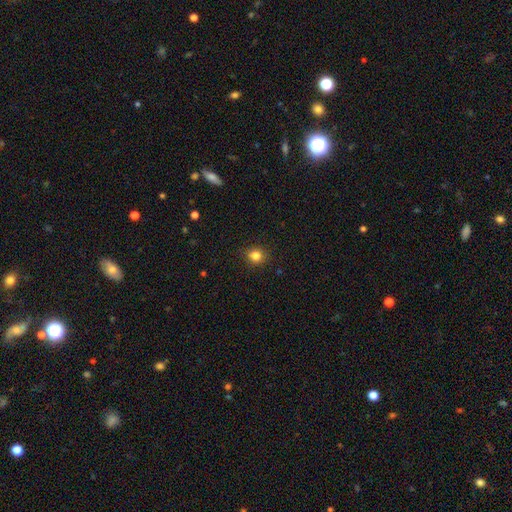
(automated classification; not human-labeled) Smooth or featured: smooth — 82% (star or artifact — 12%)
How rounded: round — 77% (in between — 22%)
Merging: none — 88% (minor disturbance — 9%)